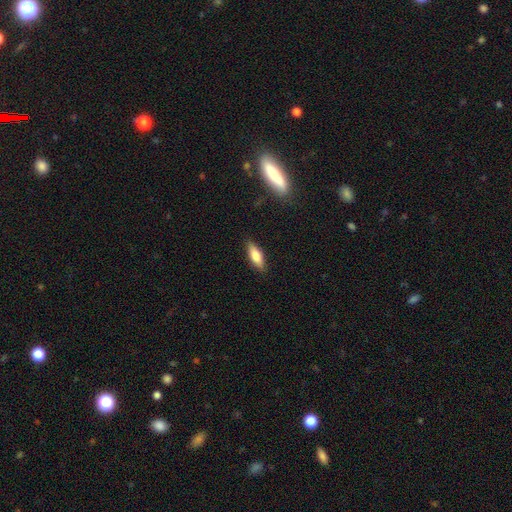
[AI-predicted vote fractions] Smooth or featured? smooth (74%)
How rounded? in between (62%)
Merging? none (86%)